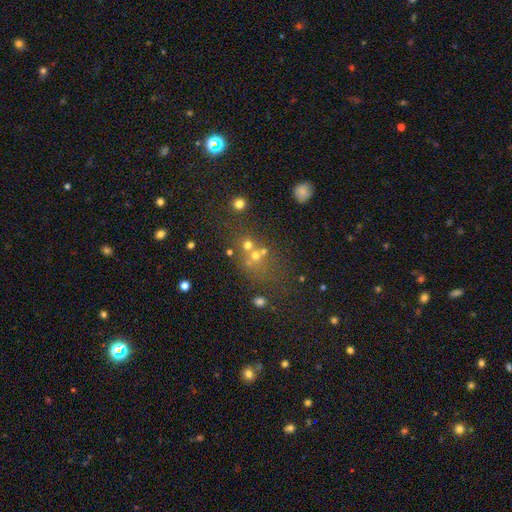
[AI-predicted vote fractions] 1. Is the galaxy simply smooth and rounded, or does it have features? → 53% smooth, 28% star or artifact, 19% featured or disk.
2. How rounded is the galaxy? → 76% round, 23% in between, 1% cigar-shaped.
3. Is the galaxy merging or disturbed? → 46% none, 36% merger, 10% minor disturbance, 8% major disturbance.